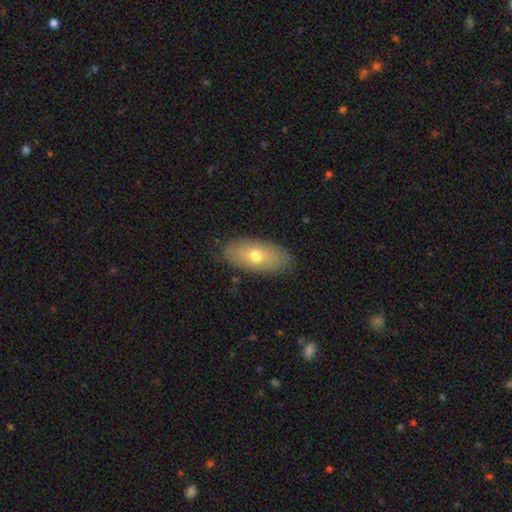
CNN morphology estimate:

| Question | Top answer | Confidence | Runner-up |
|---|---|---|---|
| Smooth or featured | smooth | 64% | featured or disk (28%) |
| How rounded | in between | 87% | cigar-shaped (9%) |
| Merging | none | 86% | minor disturbance (10%) |